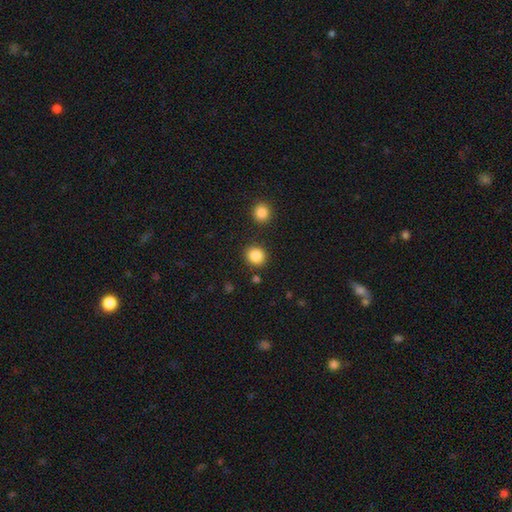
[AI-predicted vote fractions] Smooth or featured? Predicted: smooth (p=0.87). How rounded? Predicted: round (p=0.83). Merging? Predicted: none (p=0.85).